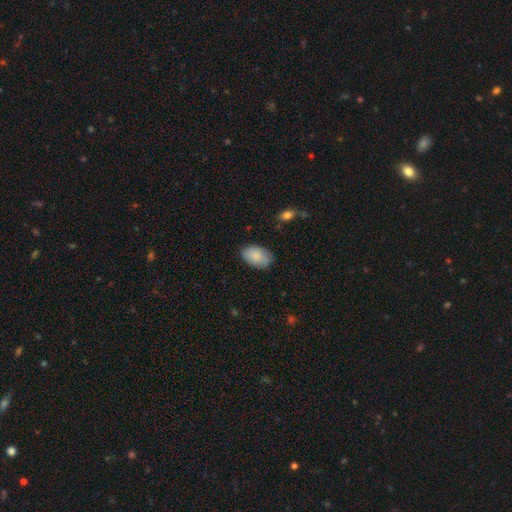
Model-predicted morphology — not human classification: smooth-or-featured: smooth: 86% | featured or disk: 8% | star or artifact: 6%
  how-rounded: in between: 91% | round: 8% | cigar-shaped: 1%
  merging: none: 81% | minor disturbance: 15% | major disturbance: 3% | merger: 1%